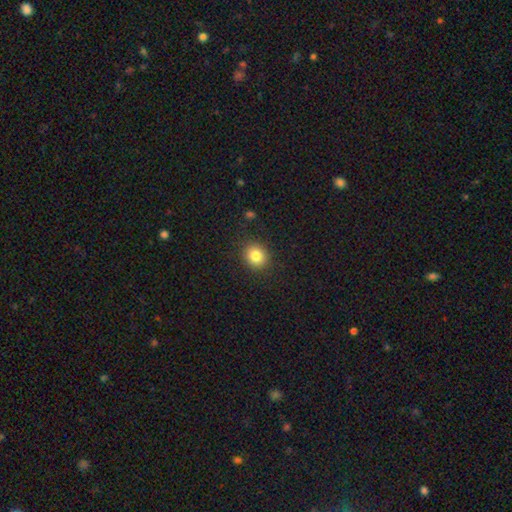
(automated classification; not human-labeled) This is clearly a smooth galaxy (82%). How rounded: likely round (78%). Merging: clearly none (89%).